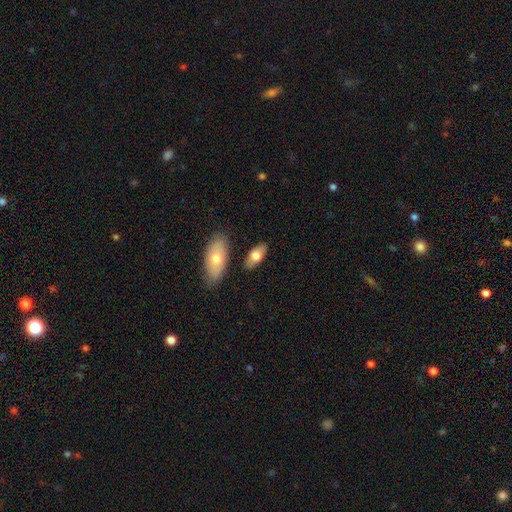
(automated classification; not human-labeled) A smooth galaxy with no disk features (71%) that is in between round and cigar-shaped (88%). Merging: none (78%).